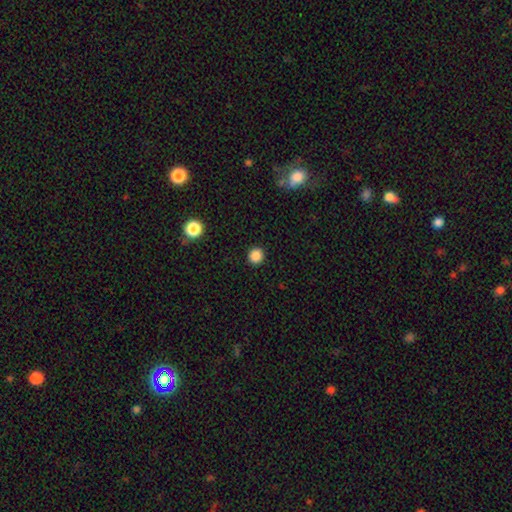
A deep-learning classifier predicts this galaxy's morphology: Smooth or featured? Predicted: smooth (p=0.87). How rounded? Predicted: round (p=0.91). Merging? Predicted: none (p=0.92).